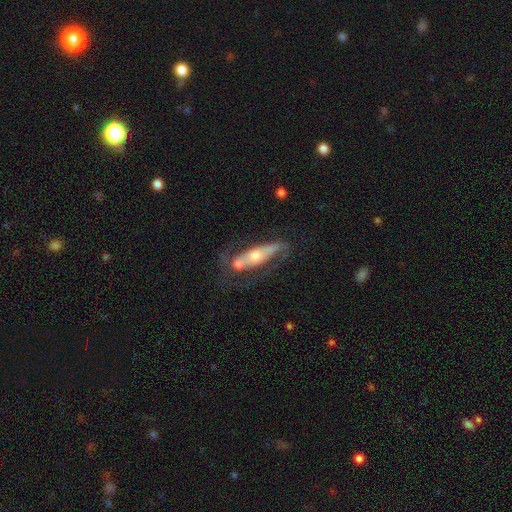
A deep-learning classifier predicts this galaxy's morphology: A featured or disk galaxy (66%). Merging: none (39%).